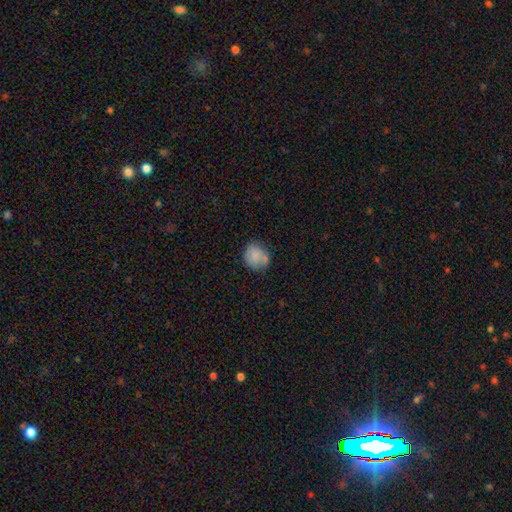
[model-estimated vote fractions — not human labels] Morphology: type=smooth (81%); roundness=round (77%); merging=none (62%).